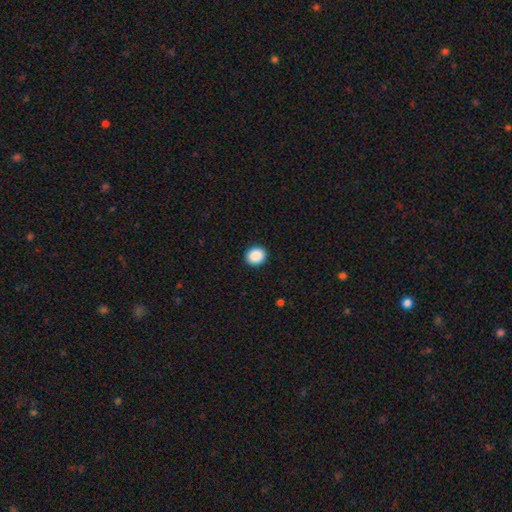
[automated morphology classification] Smooth or featured? smooth (89%)
How rounded? round (80%)
Merging? none (92%)